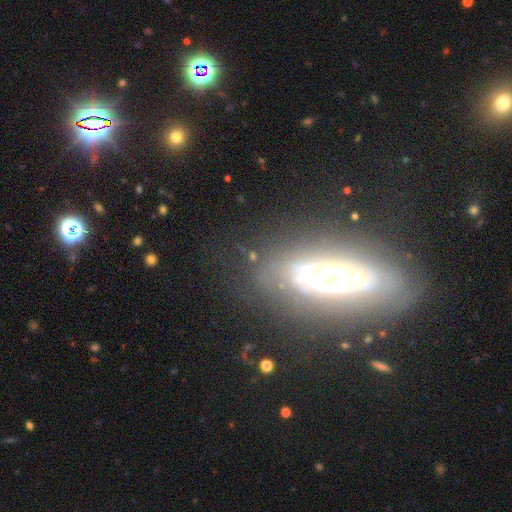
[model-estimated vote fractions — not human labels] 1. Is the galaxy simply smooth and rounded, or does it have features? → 60% featured or disk, 28% smooth, 12% star or artifact.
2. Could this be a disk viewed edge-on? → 52% no, 48% yes.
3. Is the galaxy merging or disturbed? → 78% none, 14% minor disturbance, 6% major disturbance, 2% merger.